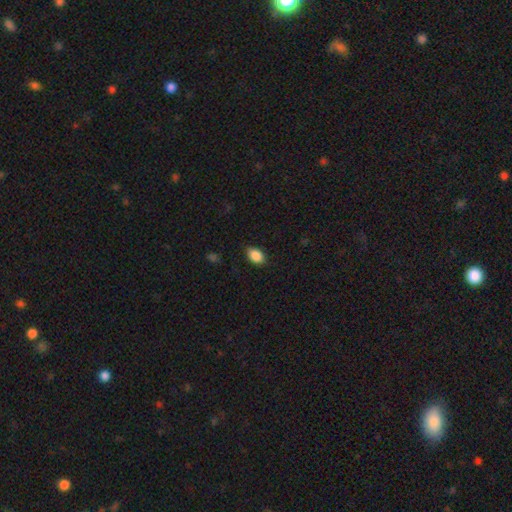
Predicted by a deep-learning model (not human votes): Smooth or featured? smooth (88%)
How rounded? in between (86%)
Merging? none (82%)